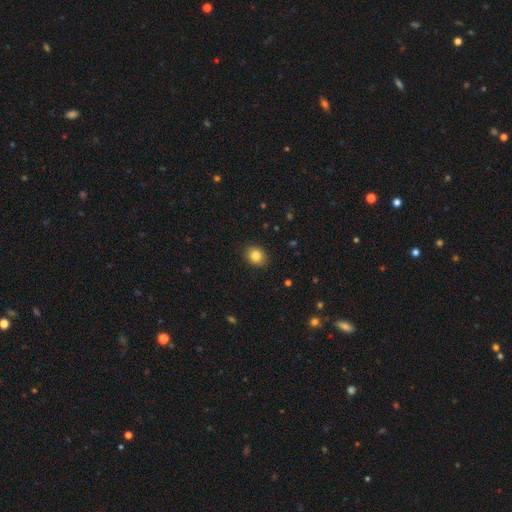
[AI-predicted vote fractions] smooth_or_featured: smooth (p=0.83) [alt: star or artifact p=0.10]
how_rounded: round (p=0.58) [alt: in between p=0.41]
merging: none (p=0.89) [alt: minor disturbance p=0.08]